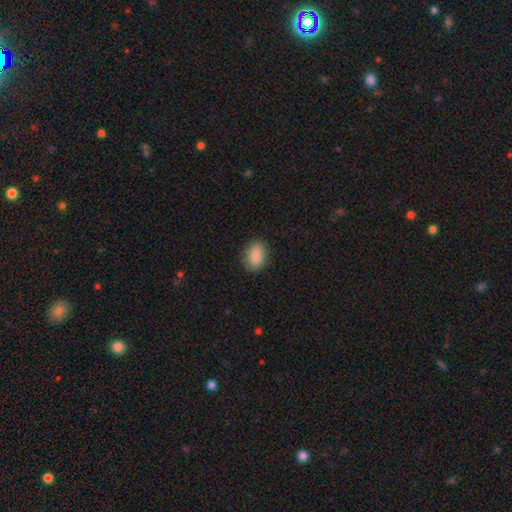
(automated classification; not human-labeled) Smooth or featured? Predicted: smooth (p=0.89). How rounded? Predicted: in between (p=0.82). Merging? Predicted: none (p=0.86).